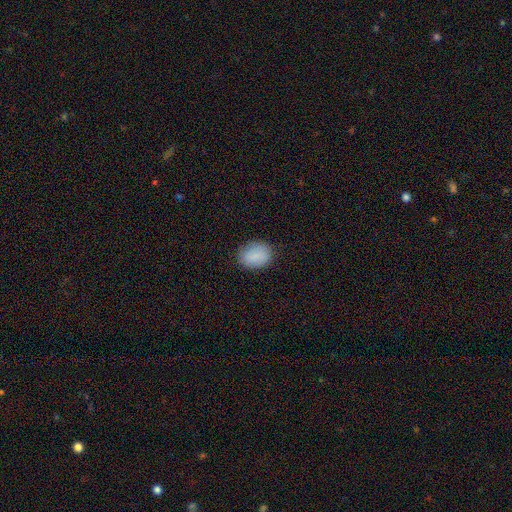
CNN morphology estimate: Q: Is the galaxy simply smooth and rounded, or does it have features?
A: smooth — 85%.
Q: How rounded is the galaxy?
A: in between — 67%.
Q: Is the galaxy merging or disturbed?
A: none — 84%.